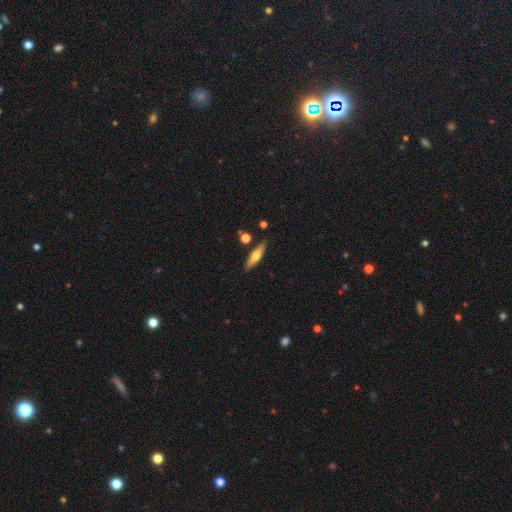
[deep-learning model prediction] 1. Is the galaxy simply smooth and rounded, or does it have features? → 50% smooth, 43% featured or disk, 7% star or artifact.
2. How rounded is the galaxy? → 74% cigar-shaped, 23% in between, 3% round.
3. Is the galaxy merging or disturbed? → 85% none, 9% minor disturbance, 4% merger, 2% major disturbance.